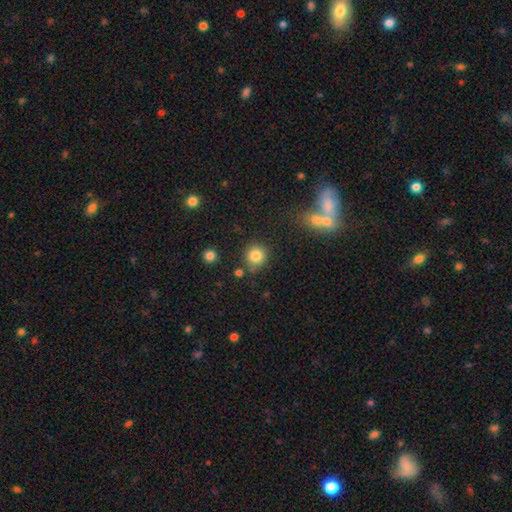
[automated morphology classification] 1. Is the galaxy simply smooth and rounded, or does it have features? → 83% smooth, 11% star or artifact, 6% featured or disk.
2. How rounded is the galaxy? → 89% round, 10% in between, 1% cigar-shaped.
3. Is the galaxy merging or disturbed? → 79% none, 11% minor disturbance, 6% merger, 3% major disturbance.